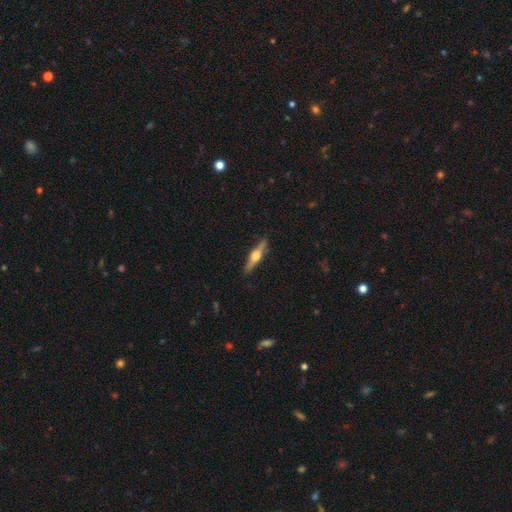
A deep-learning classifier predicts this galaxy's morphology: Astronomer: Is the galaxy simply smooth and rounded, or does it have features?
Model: featured or disk — 69%.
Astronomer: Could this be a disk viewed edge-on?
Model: yes — 97%.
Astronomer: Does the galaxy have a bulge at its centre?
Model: rounded — 95%.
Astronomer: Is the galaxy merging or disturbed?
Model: none — 90%.